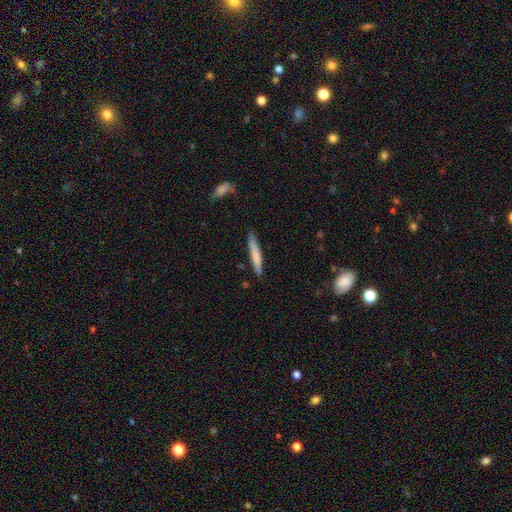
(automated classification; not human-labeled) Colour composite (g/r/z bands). It shows a smooth galaxy with no disk features (73%) that is cigar-shaped (93%). Merging: none (82%).